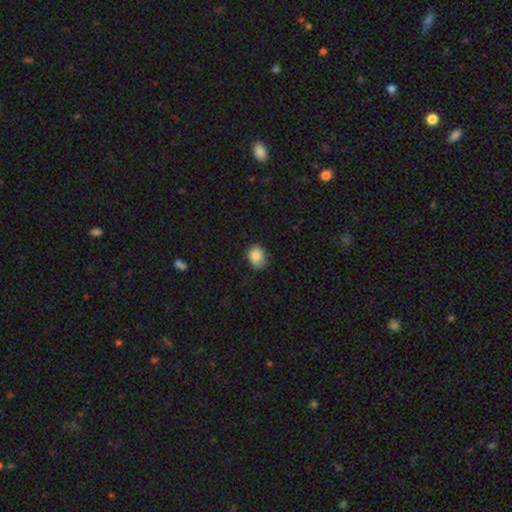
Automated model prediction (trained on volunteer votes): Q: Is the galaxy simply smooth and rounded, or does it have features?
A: smooth — 85%.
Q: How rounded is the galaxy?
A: in between — 59%.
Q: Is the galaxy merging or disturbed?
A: none — 66%.